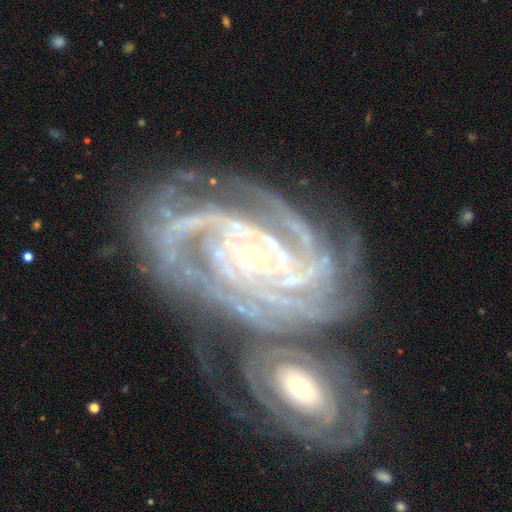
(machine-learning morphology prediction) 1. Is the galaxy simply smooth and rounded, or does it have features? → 93% featured or disk, 4% star or artifact, 3% smooth.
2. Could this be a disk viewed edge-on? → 97% no, 3% yes.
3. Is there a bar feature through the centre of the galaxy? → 61% no, 23% weak, 16% strong.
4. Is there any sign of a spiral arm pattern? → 99% yes, 1% no.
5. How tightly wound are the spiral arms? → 76% tight, 21% medium, 3% loose.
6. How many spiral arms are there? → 30% 4, 22% 3, 14% more than 4, 14% can't tell, 13% 2, 8% 1.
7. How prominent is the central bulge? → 85% small, 10% moderate, 3% none, 1% large, 1% dominant.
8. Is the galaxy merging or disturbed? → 41% none, 36% merger, 15% minor disturbance, 8% major disturbance.